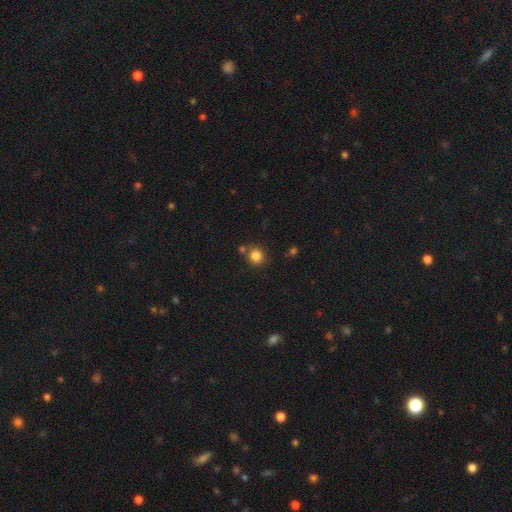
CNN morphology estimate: A smooth galaxy with no disk features (84%) that is round (87%).

Vote fractions:
- Smooth or featured? smooth: 84% / star or artifact: 11% / featured or disk: 5%
- How rounded? round: 87% / in between: 12% / cigar-shaped: 1%
- Merging? none: 77% / merger: 10% / minor disturbance: 10% / major disturbance: 3%